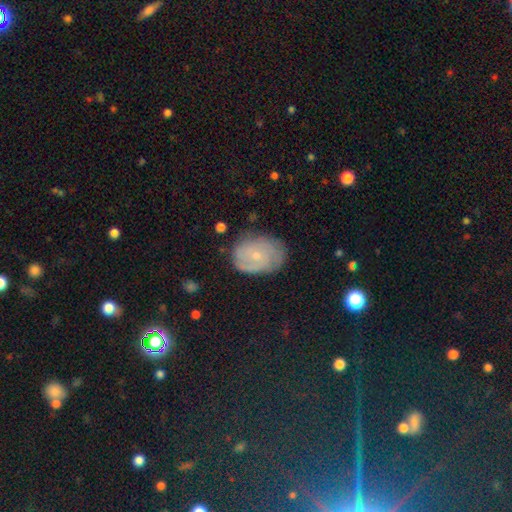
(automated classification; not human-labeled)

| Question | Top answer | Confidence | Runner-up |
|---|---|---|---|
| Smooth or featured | featured or disk | 56% | smooth (35%) |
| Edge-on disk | no | 96% | yes (4%) |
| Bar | no | 76% | weak (21%) |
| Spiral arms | yes | 79% | no (21%) |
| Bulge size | small | 78% | moderate (18%) |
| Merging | none | 70% | minor disturbance (22%) |